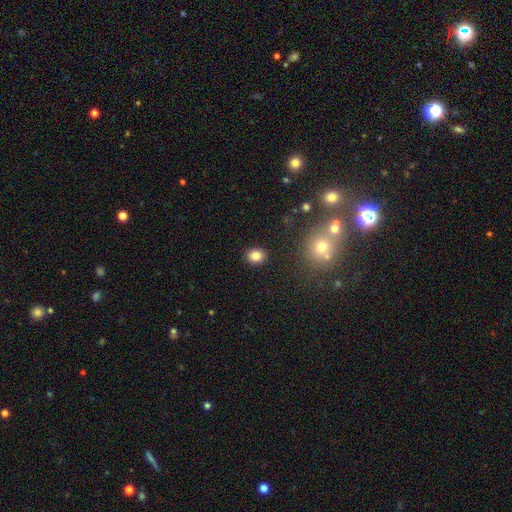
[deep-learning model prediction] A smooth galaxy with no disk features (84%) that is round (60%).

Vote fractions:
- Smooth or featured? smooth: 84% / star or artifact: 10% / featured or disk: 6%
- How rounded? round: 60% / in between: 39% / cigar-shaped: 1%
- Merging? none: 89% / minor disturbance: 7% / major disturbance: 2% / merger: 2%